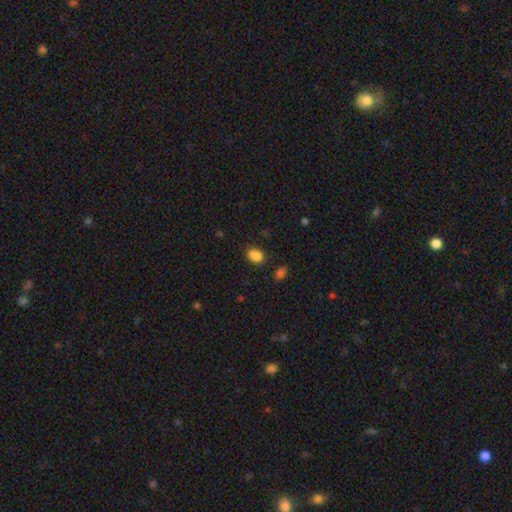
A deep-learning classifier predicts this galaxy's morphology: Smooth or featured: smooth — 84% (star or artifact — 11%)
How rounded: in between — 63% (round — 36%)
Merging: none — 75% (minor disturbance — 17%)